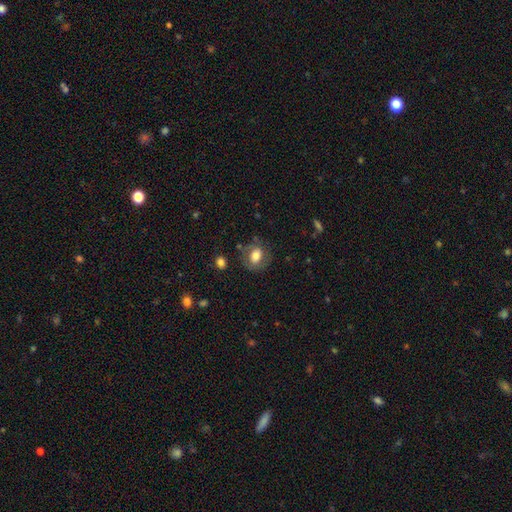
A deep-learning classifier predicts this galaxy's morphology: This is likely a smooth galaxy (68%). How rounded: possibly in between (50%). Merging: likely none (69%).